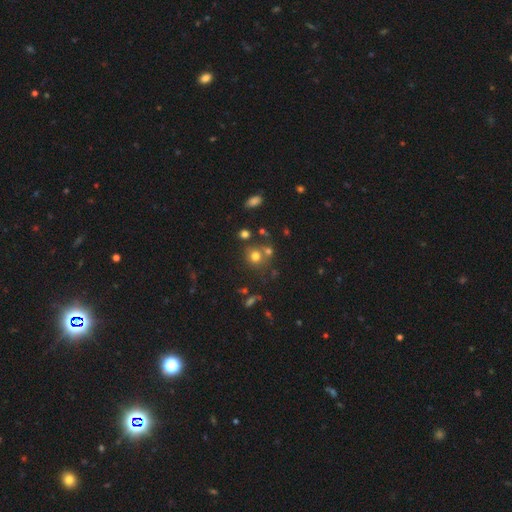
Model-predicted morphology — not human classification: Overall: smooth (70%). How rounded: round (83%). Merging: none (60%; merger 24%).